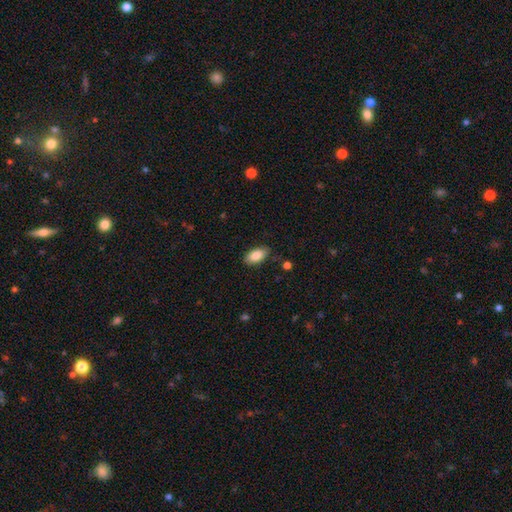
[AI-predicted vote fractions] A smooth galaxy with no disk features (86%) that is in between round and cigar-shaped (93%). Merging: none (83%).